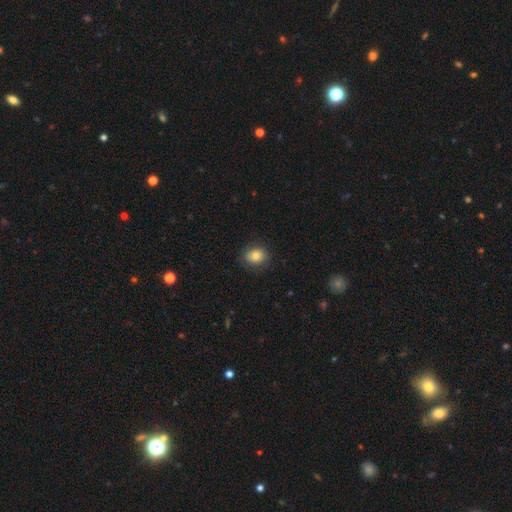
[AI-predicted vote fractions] This is clearly a smooth galaxy (80%). How rounded: possibly round (53%). Merging: clearly none (85%).